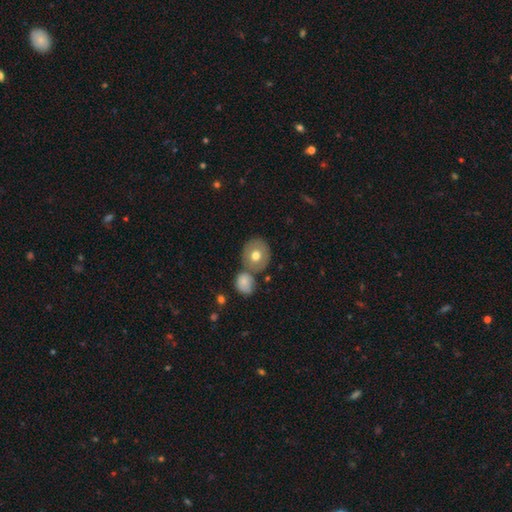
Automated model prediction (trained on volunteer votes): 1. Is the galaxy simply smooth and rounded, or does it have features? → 68% smooth, 25% featured or disk, 7% star or artifact.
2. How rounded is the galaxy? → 79% round, 20% in between, 1% cigar-shaped.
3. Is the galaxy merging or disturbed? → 63% none, 22% merger, 11% minor disturbance, 4% major disturbance.